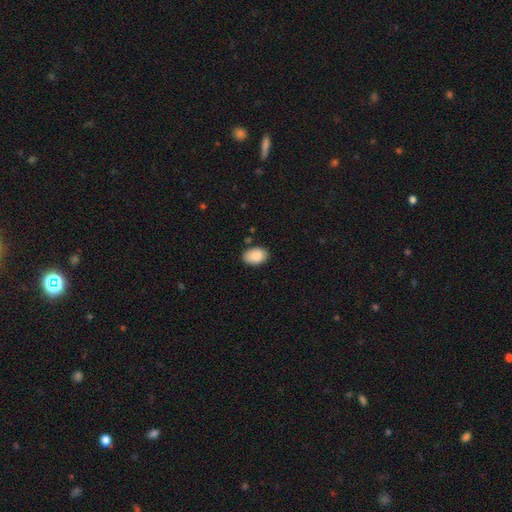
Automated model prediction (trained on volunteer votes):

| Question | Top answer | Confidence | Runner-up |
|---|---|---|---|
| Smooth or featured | smooth | 89% | star or artifact (6%) |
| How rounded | in between | 89% | round (10%) |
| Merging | none | 84% | minor disturbance (12%) |